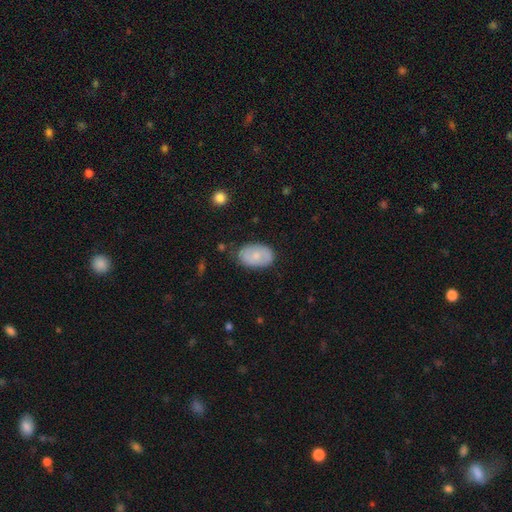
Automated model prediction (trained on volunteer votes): smooth-or-featured: smooth: 62% | featured or disk: 31% | star or artifact: 6%
  how-rounded: in between: 90% | round: 9% | cigar-shaped: 1%
  merging: none: 79% | minor disturbance: 16% | major disturbance: 3% | merger: 2%